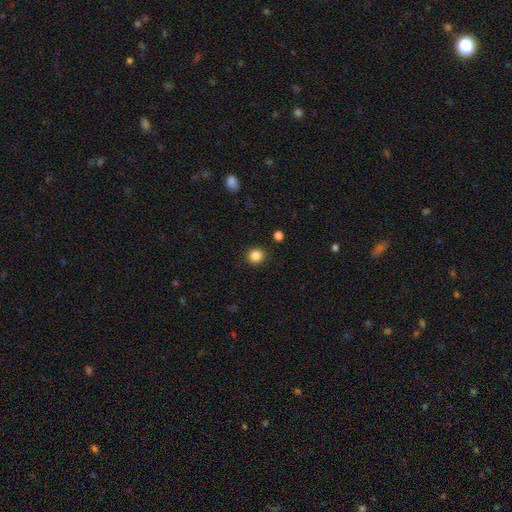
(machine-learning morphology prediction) Smooth or featured: smooth — 85% (star or artifact — 11%)
How rounded: round — 90% (in between — 9%)
Merging: none — 91% (minor disturbance — 6%)